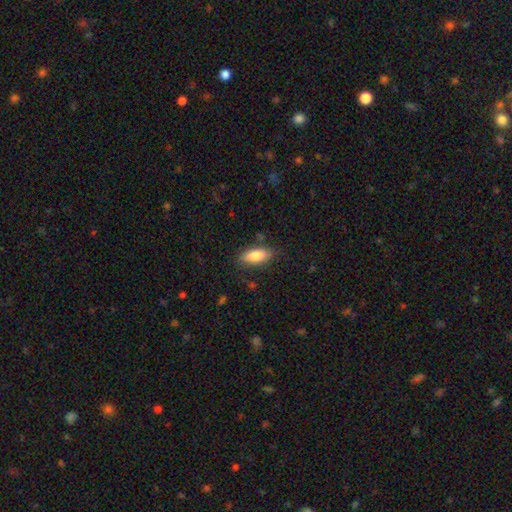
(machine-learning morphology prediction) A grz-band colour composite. It shows a smooth galaxy with no disk features (83%) that is in between round and cigar-shaped (80%). Merging: none (81%).